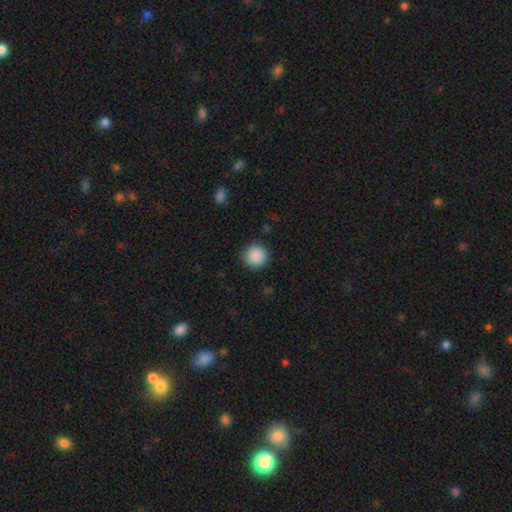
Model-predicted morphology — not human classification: A smooth galaxy with no disk features (89%) that is round (95%).

Vote fractions:
- Smooth or featured? smooth: 89% / star or artifact: 8% / featured or disk: 3%
- How rounded? round: 95% / in between: 4% / cigar-shaped: 1%
- Merging? none: 90% / minor disturbance: 7% / major disturbance: 2% / merger: 1%